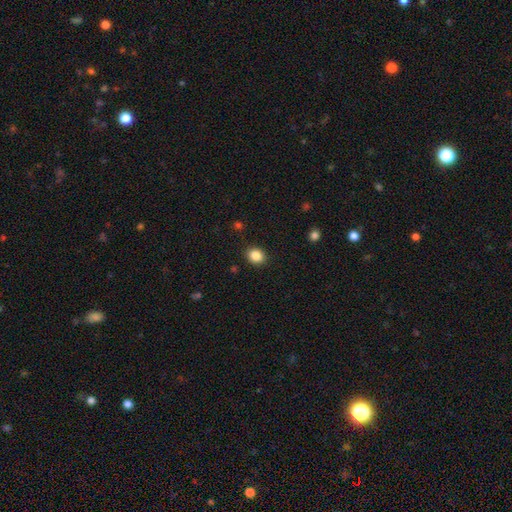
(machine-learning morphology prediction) Smooth or featured? smooth (86%)
How rounded? round (62%)
Merging? none (90%)